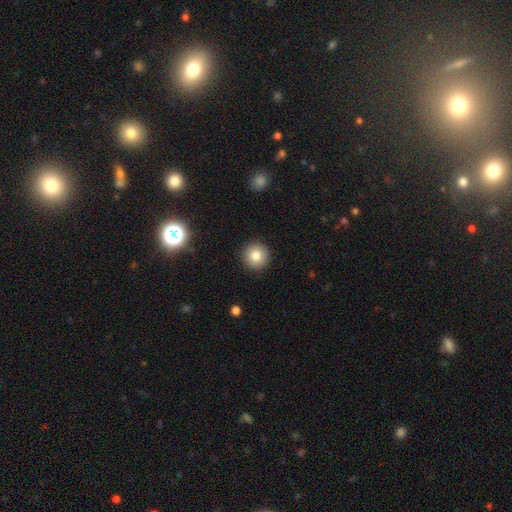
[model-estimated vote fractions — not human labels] Smooth or featured? Predicted: smooth (p=0.81). How rounded? Predicted: round (p=0.95). Merging? Predicted: none (p=0.92).